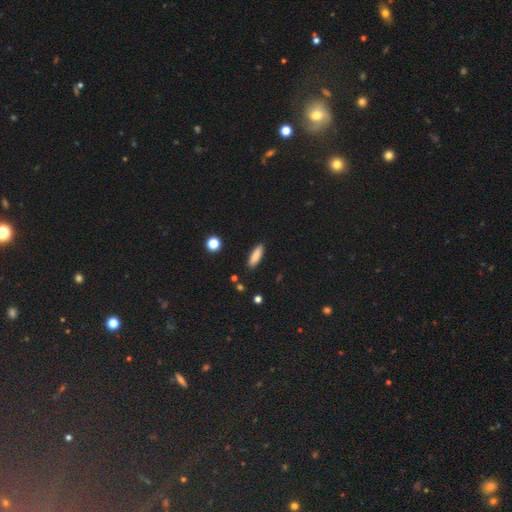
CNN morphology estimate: A smooth galaxy with no disk features (85%) that is cigar-shaped (57%). Merging: none (88%).